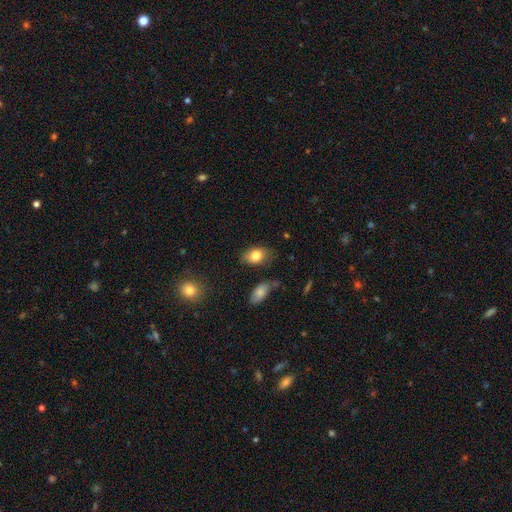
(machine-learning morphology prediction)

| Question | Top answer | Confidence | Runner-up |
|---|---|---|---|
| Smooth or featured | smooth | 79% | featured or disk (13%) |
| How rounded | in between | 88% | round (11%) |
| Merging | none | 75% | minor disturbance (18%) |